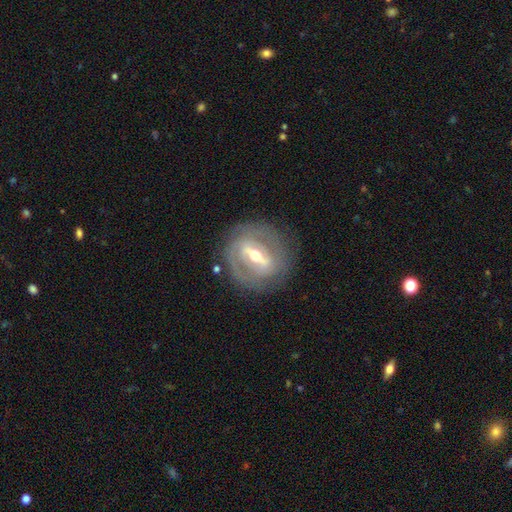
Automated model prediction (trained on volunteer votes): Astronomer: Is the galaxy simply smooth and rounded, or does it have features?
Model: featured or disk — 81%.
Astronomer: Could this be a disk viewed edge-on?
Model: no — 86%.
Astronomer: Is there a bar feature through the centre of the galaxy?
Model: strong — 68%.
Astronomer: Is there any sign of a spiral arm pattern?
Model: yes — 61% (runner-up: no, 39%).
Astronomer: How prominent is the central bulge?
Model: moderate — 62%.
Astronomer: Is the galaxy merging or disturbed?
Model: none — 79%.